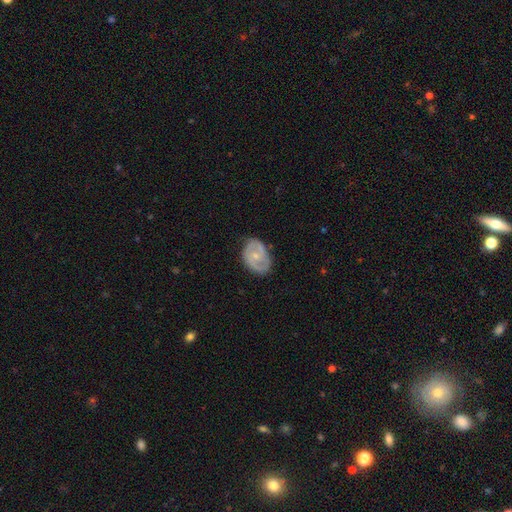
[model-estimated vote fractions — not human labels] Morphology: type=featured or disk (72%); edge-on=no (97%); bar=no (57%); spiral arms=yes (86%); winding=medium (46%); arm count=2 (78%); bulge=small (64%); merging=none (75%).